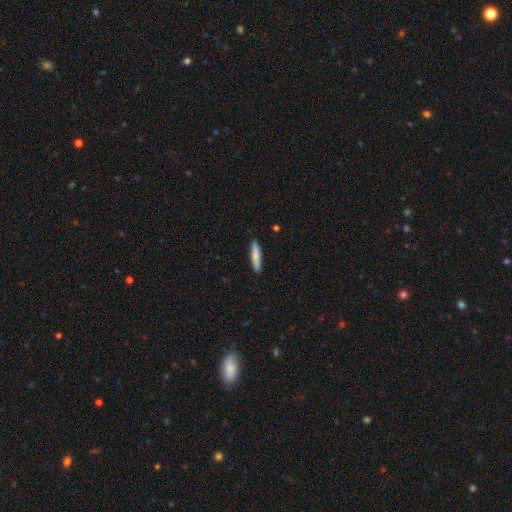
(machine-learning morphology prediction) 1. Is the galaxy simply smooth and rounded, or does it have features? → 78% smooth, 16% featured or disk, 6% star or artifact.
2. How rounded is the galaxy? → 87% cigar-shaped, 11% in between, 1% round.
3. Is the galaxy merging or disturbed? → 89% none, 9% minor disturbance, 2% major disturbance, 1% merger.